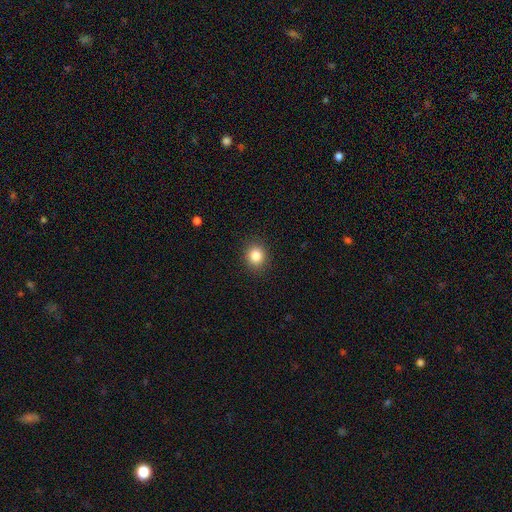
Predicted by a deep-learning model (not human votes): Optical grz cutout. It shows a smooth galaxy with no disk features (85%) that is round (76%). Merging: none (90%).